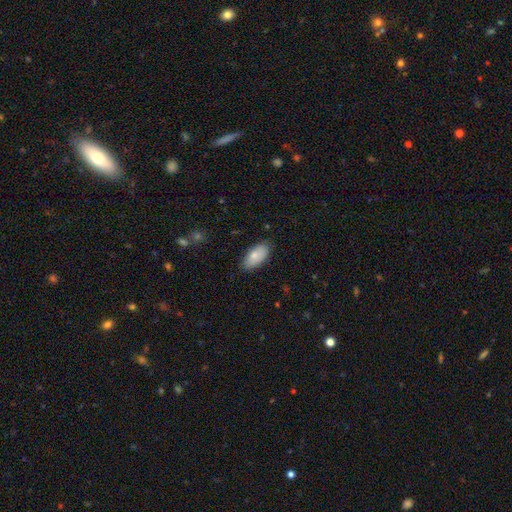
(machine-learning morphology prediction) Smooth or featured: smooth — 81% (featured or disk — 13%)
How rounded: in between — 93% (cigar-shaped — 5%)
Merging: none — 81% (minor disturbance — 15%)